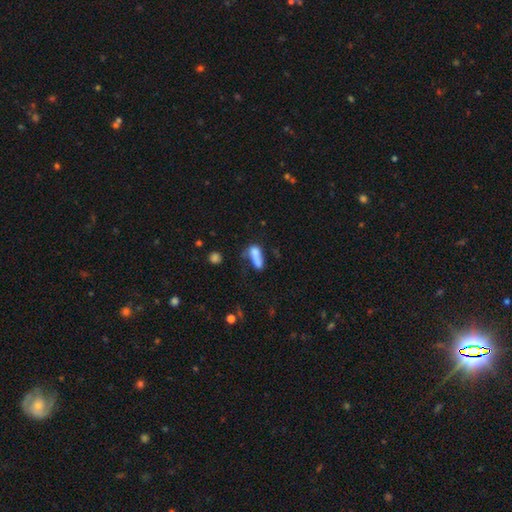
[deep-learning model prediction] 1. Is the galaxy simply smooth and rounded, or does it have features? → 68% smooth, 19% featured or disk, 12% star or artifact.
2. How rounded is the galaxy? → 69% in between, 21% cigar-shaped, 10% round.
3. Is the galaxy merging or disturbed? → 46% merger, 22% none, 17% major disturbance, 15% minor disturbance.